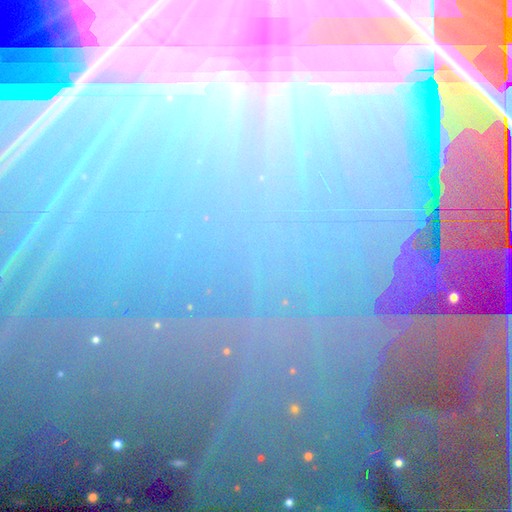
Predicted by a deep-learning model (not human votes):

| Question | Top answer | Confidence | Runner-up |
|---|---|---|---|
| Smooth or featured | star or artifact | 83% | featured or disk (9%) |